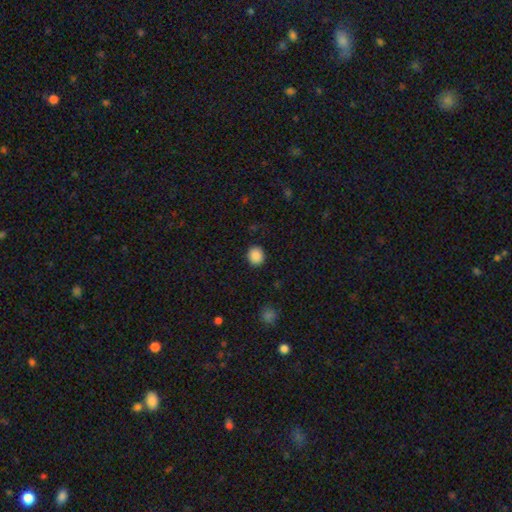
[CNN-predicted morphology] smooth 88%, star or artifact 9%, featured or disk 3%. Down the decision tree: how rounded — round (77%); merging — none (90%).